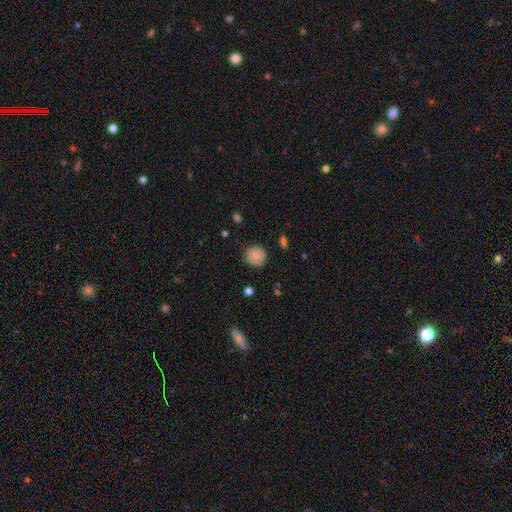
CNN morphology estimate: smooth_or_featured: smooth (p=0.81) [alt: featured or disk p=0.11]
how_rounded: round (p=0.90) [alt: in between p=0.09]
merging: none (p=0.81) [alt: minor disturbance p=0.14]